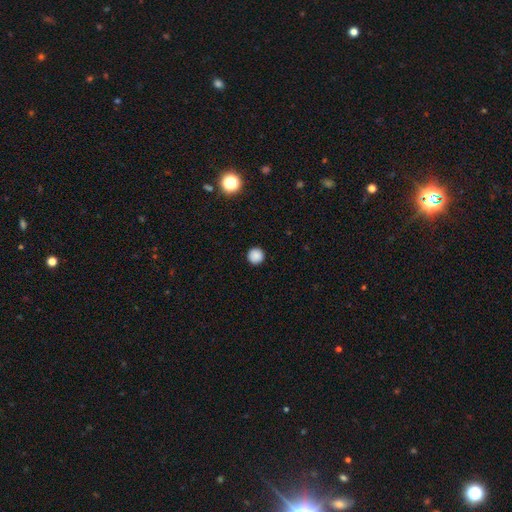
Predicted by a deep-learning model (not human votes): This appears to be a smooth galaxy with no disk features (87%) that is round (96%). Merging: none (92%).